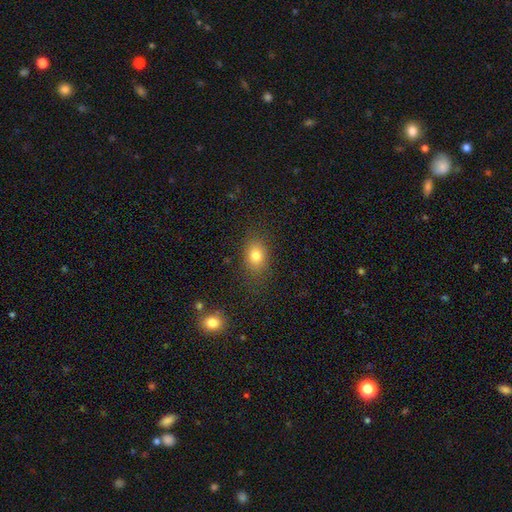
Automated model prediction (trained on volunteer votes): A smooth galaxy with no disk features (79%) that is in between round and cigar-shaped (70%). Merging: none (79%).